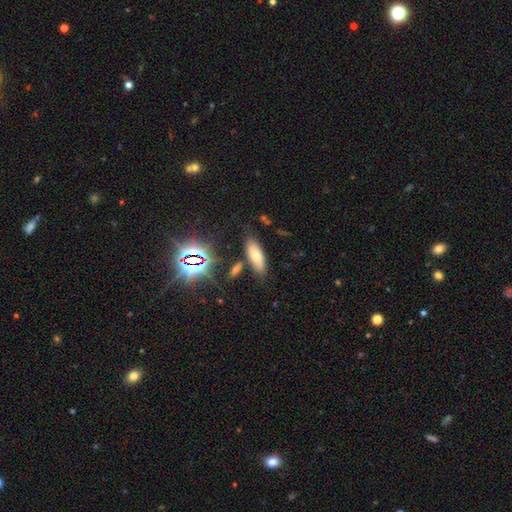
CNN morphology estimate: A smooth galaxy with no disk features (65%) that is in between round and cigar-shaped (68%). Merging: none (75%).